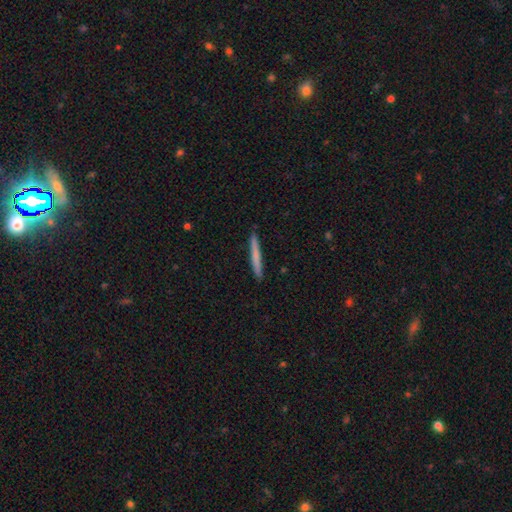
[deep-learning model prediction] The model was most divided on "smooth or featured": smooth: 68%, featured or disk: 26%, star or artifact: 6%. More confident: how rounded — cigar-shaped (97%); merging — none (91%).